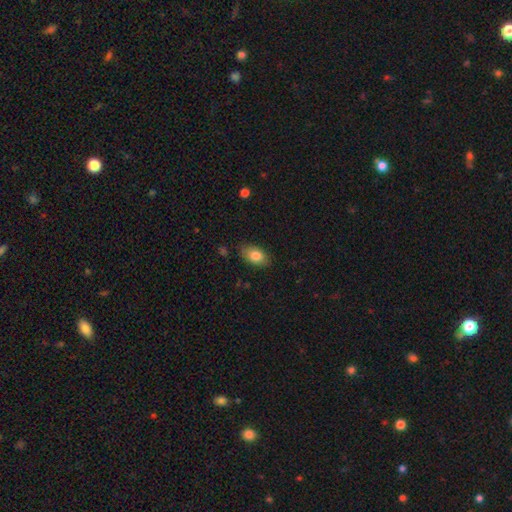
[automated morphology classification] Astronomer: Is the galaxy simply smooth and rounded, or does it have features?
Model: smooth — 82%.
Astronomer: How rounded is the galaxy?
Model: in between — 90%.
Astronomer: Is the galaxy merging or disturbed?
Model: none — 83%.